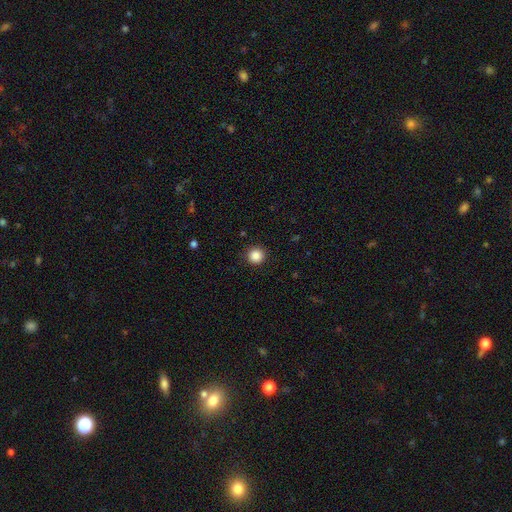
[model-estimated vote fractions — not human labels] The model was most divided on "smooth or featured": smooth: 87%, star or artifact: 10%, featured or disk: 3%. More confident: how rounded — round (94%); merging — none (91%).